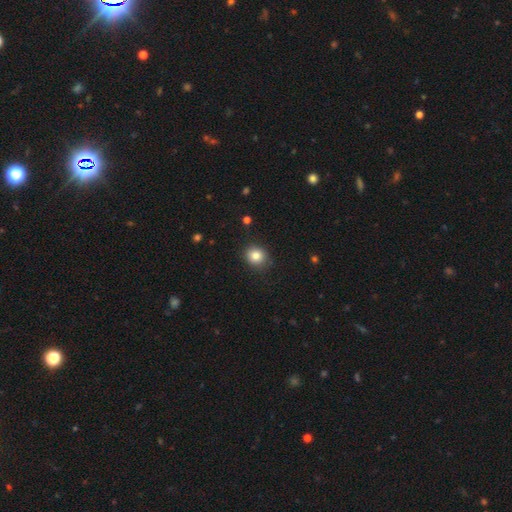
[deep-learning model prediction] The model was most divided on "how rounded": round: 77%, in between: 22%, cigar-shaped: 1%. More confident: merging — none (86%); smooth or featured — smooth (83%).